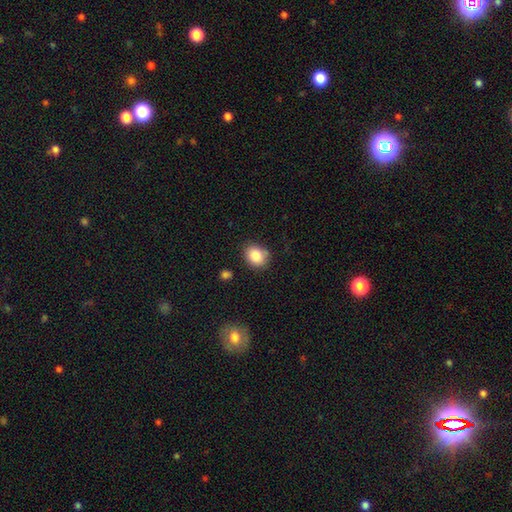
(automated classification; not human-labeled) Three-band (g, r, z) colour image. It shows a smooth galaxy with no disk features (85%) that is round (55%). Merging: none (77%).